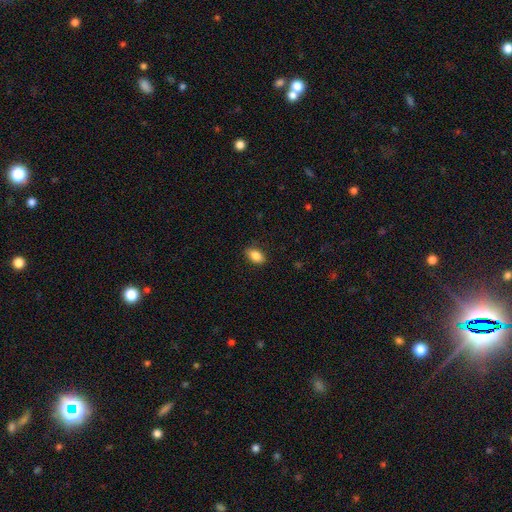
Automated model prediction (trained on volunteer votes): A smooth galaxy with no disk features (86%) that is in between round and cigar-shaped (90%). Merging: none (87%).